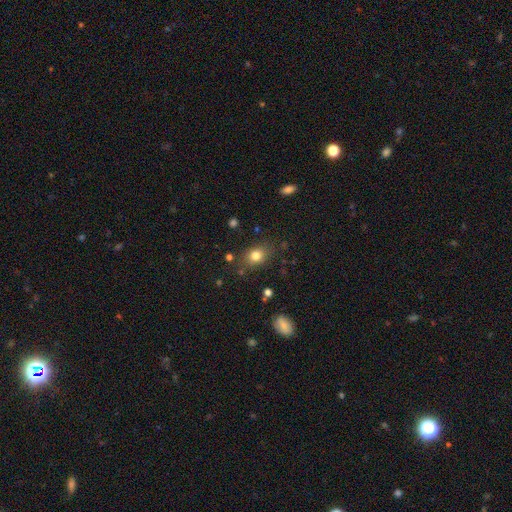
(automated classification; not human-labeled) A smooth galaxy with no disk features (79%) that is in between round and cigar-shaped (55%). Merging: none (79%).